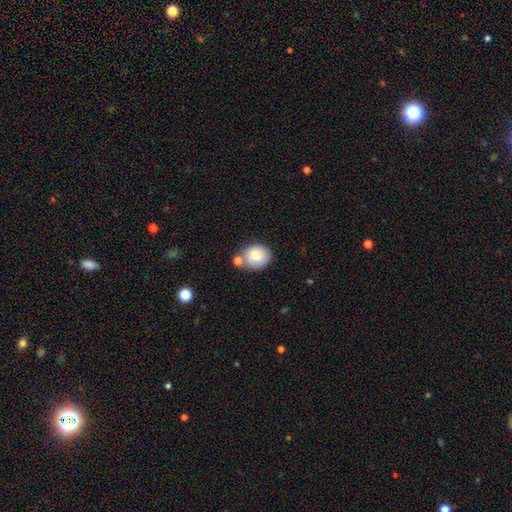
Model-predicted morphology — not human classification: Overall: smooth (79%). How rounded: round (67%; in between 33%). Merging: none (61%).